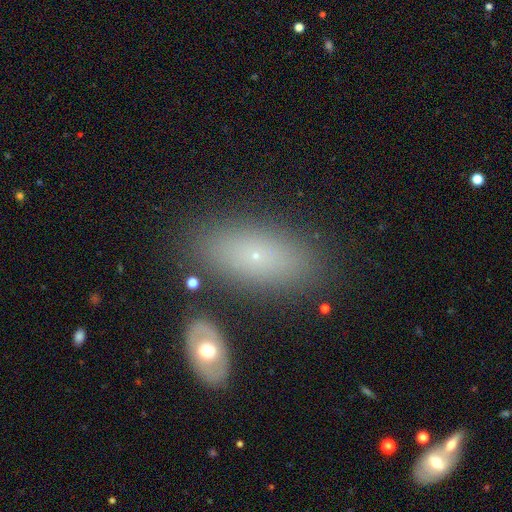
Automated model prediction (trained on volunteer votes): This appears to be a smooth galaxy with no disk features (61%) that is in between round and cigar-shaped (82%). Merging: none (81%).